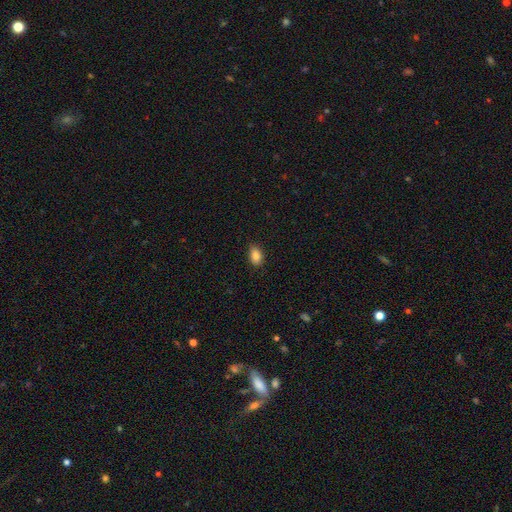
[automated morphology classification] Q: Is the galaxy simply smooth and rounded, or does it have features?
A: smooth — 86%.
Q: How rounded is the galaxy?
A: in between — 81%.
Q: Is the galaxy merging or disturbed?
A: none — 84%.